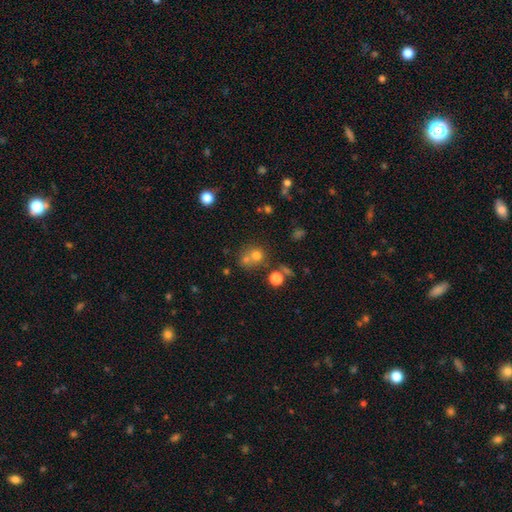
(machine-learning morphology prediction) The model was most divided on "merging": none: 46%, merger: 43%, minor disturbance: 7%, major disturbance: 4%. More confident: how rounded — round (83%); smooth or featured — smooth (67%).